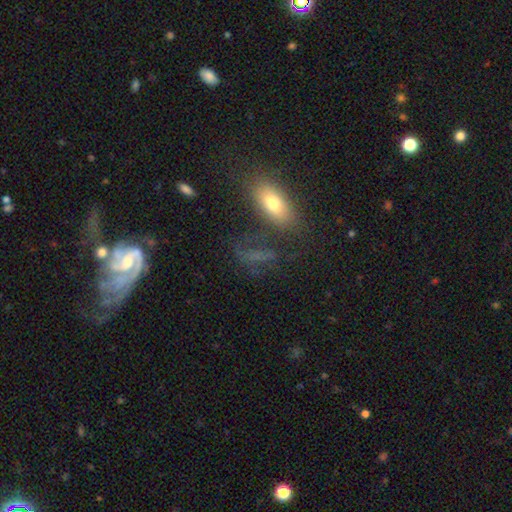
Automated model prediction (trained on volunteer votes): This appears to be a smooth galaxy with no disk features (40%). Merging: none (57%).